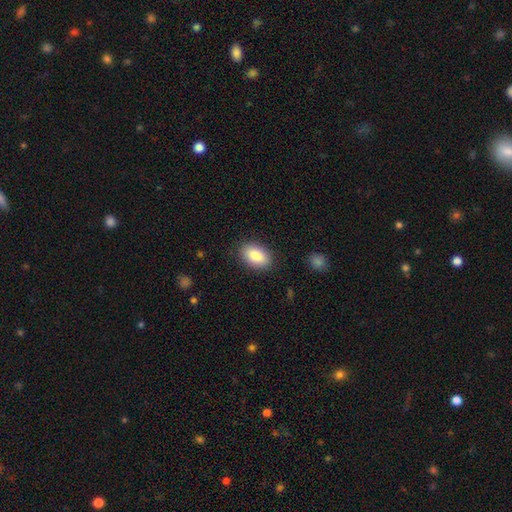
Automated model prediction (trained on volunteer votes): Overall: smooth (86%). How rounded: in between (91%). Merging: none (87%).